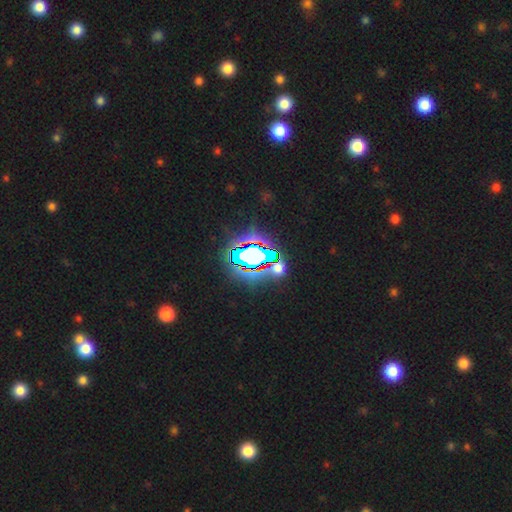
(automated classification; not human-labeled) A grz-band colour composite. It shows a star or artifact, not a galaxy (80%).